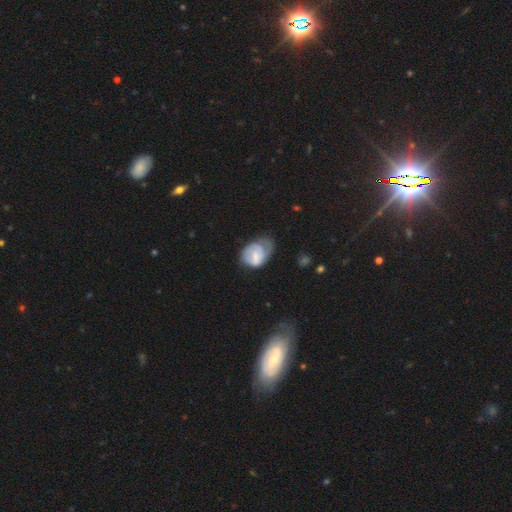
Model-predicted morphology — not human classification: The model was most divided on "smooth or featured": smooth: 47%, featured or disk: 46%, star or artifact: 7%. Remaining: merging — minor disturbance (38%).